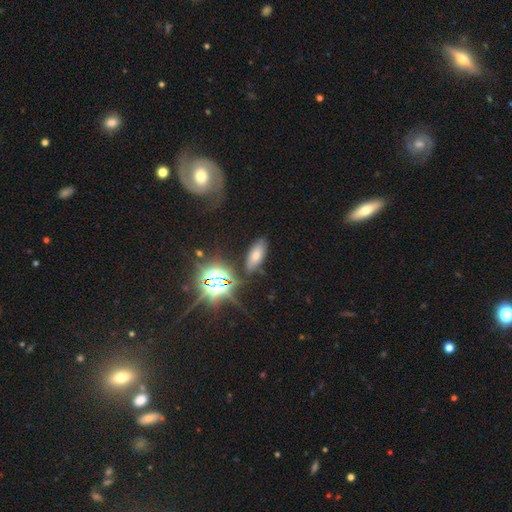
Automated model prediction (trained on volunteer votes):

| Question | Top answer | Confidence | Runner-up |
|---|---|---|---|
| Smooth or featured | smooth | 56% | star or artifact (28%) |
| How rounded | in between | 81% | cigar-shaped (14%) |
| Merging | none | 81% | minor disturbance (12%) |